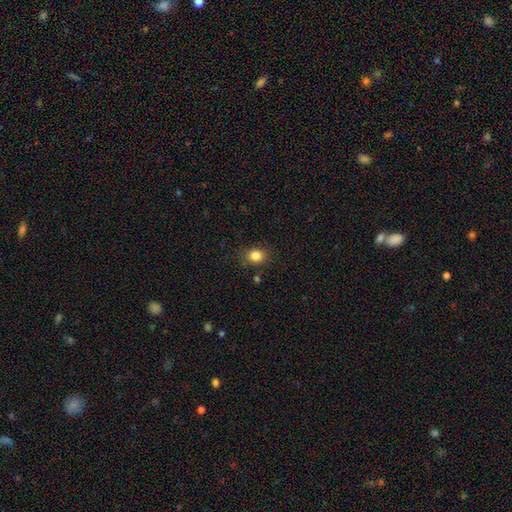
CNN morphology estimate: A smooth galaxy with no disk features (84%) that is round (64%).

Vote fractions:
- Smooth or featured? smooth: 84% / star or artifact: 11% / featured or disk: 5%
- How rounded? round: 64% / in between: 35% / cigar-shaped: 1%
- Merging? none: 84% / minor disturbance: 11% / major disturbance: 3% / merger: 2%